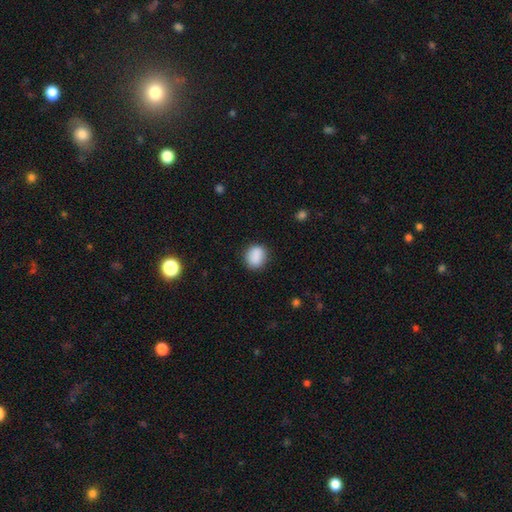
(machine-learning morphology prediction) type=smooth (87%); roundness=round (62%); merging=none (84%).